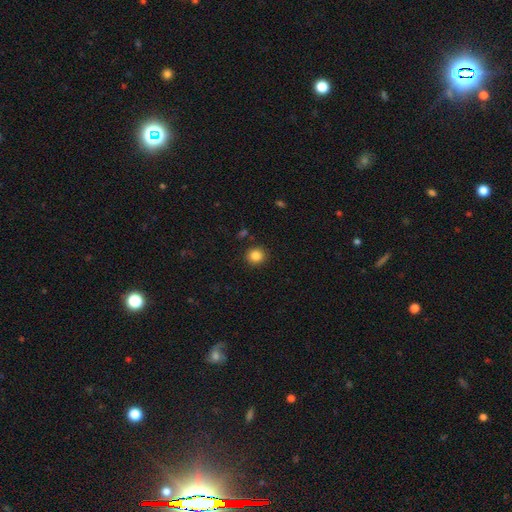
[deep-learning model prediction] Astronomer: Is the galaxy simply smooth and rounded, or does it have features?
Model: smooth — 85%.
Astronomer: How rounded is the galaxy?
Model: round — 89%.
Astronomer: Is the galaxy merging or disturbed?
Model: none — 90%.